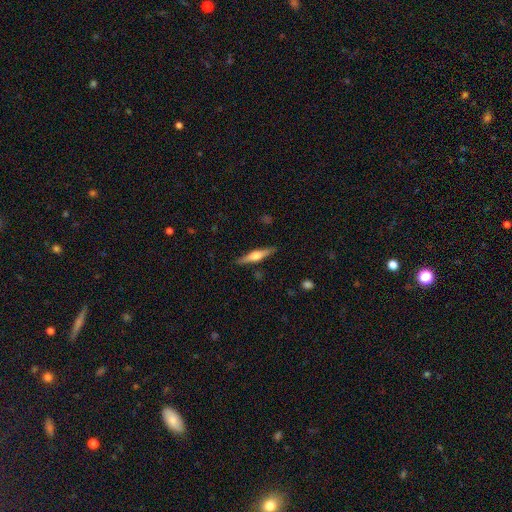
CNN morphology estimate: featured or disk 60%, smooth 35%, star or artifact 6%. Down the decision tree: edge-on disk — yes (97%); edge-on bulge — rounded (87%); merging — none (88%).